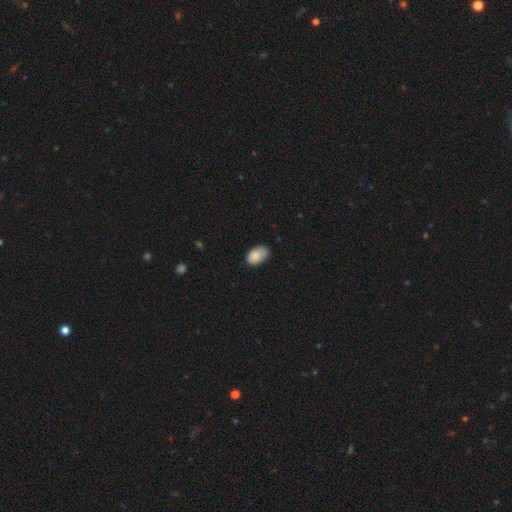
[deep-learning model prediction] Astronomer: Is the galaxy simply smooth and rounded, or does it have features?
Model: smooth — 85%.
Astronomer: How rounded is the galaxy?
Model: in between — 93%.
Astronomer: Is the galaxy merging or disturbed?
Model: none — 66%.